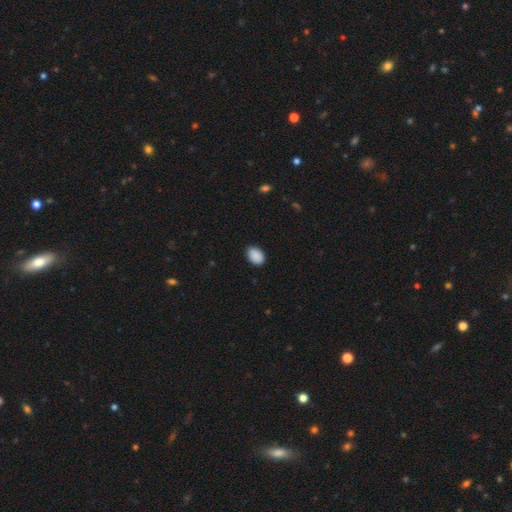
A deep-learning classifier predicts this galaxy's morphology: Smooth or featured: smooth — 90% (star or artifact — 7%)
How rounded: in between — 80% (round — 19%)
Merging: none — 87% (minor disturbance — 10%)